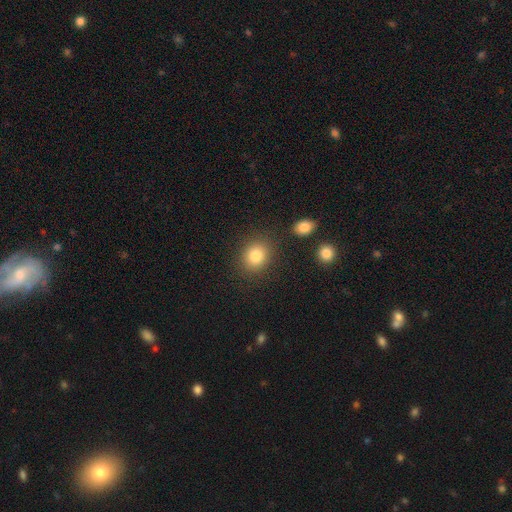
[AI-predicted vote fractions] A smooth galaxy with no disk features (83%) that is round (63%).

Vote fractions:
- Smooth or featured? smooth: 83% / star or artifact: 10% / featured or disk: 7%
- How rounded? round: 63% / in between: 36% / cigar-shaped: 1%
- Merging? none: 84% / minor disturbance: 9% / merger: 4% / major disturbance: 3%